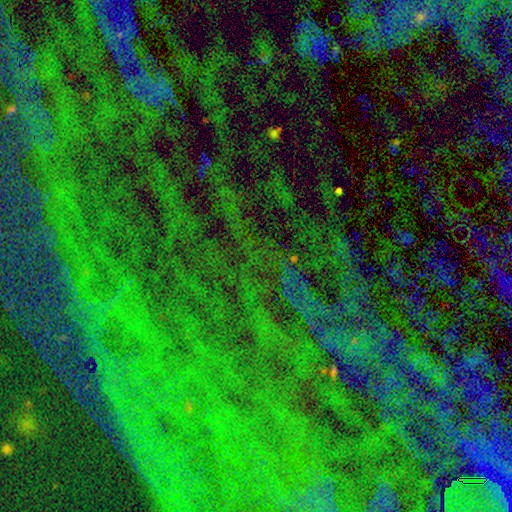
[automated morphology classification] smooth-or-featured: star or artifact: 81% | smooth: 10% | featured or disk: 9%